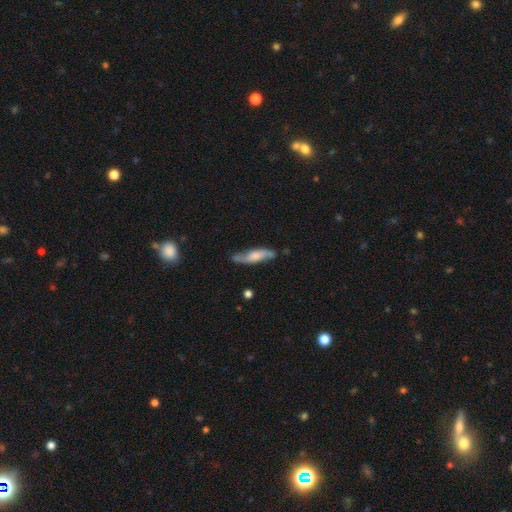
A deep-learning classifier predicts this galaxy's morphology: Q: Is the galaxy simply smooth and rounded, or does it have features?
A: featured or disk — 54%.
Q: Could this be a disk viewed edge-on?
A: no — 56%.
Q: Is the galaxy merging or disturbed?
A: none — 73%.